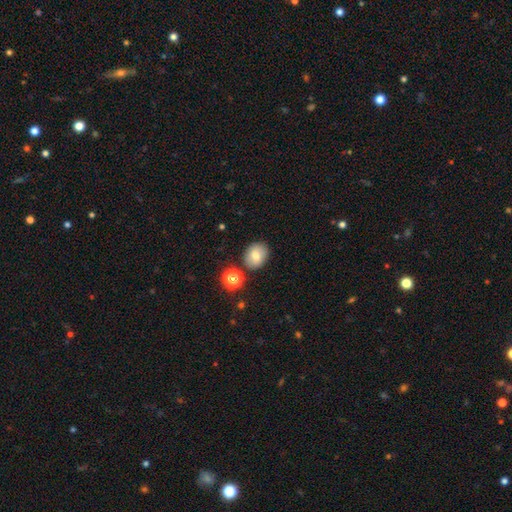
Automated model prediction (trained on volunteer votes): Morphology: type=smooth (76%); roundness=round (53%); merging=none (80%).